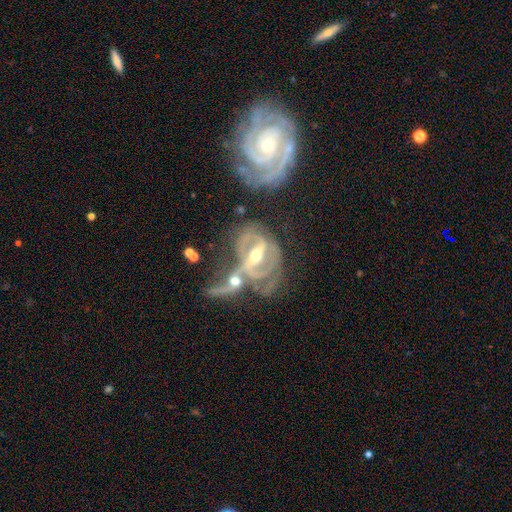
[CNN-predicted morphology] Smooth or featured? Predicted: featured or disk (p=0.88). Edge-on disk? Predicted: no (p=0.95). Bar? Predicted: strong (p=0.57). Spiral arms? Predicted: yes (p=0.87). Spiral winding? Predicted: medium (p=0.42). Spiral arm count? Predicted: 2 (p=0.63). Bulge size? Predicted: moderate (p=0.66). Merging? Predicted: merger (p=0.50).